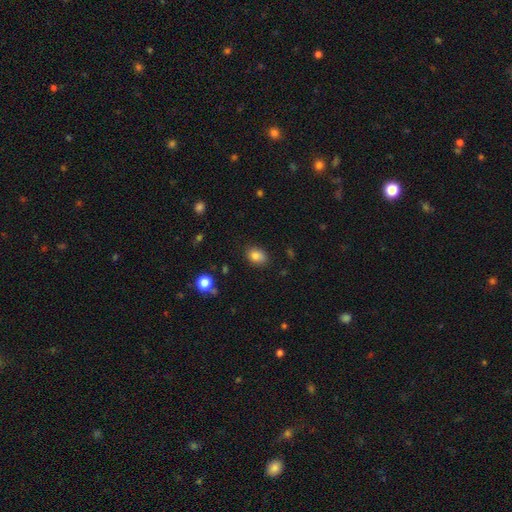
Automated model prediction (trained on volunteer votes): Smooth or featured? Predicted: smooth (p=0.84). How rounded? Predicted: in between (p=0.72). Merging? Predicted: none (p=0.82).